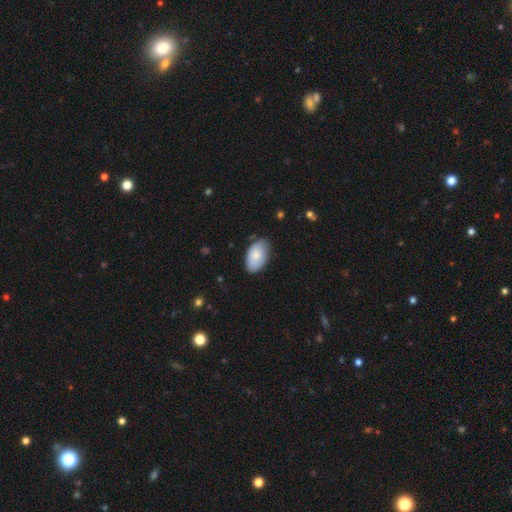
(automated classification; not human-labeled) smooth_or_featured: smooth (p=0.78) [alt: featured or disk p=0.15]
how_rounded: in between (p=0.95) [alt: round p=0.04]
merging: none (p=0.77) [alt: minor disturbance p=0.19]